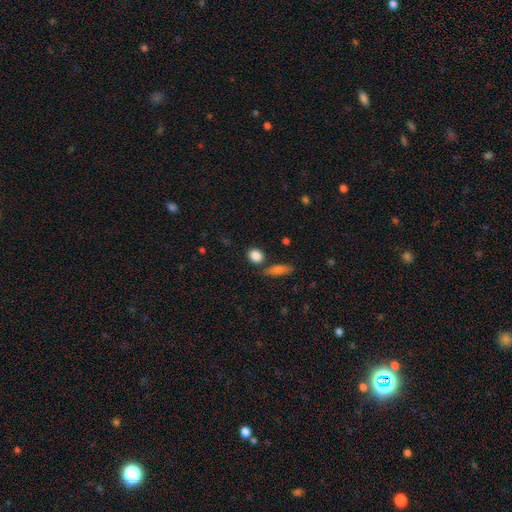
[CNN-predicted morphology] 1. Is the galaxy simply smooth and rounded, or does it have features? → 86% smooth, 8% star or artifact, 6% featured or disk.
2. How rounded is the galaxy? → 60% round, 35% in between, 4% cigar-shaped.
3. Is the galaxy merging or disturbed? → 76% none, 11% minor disturbance, 10% merger, 3% major disturbance.